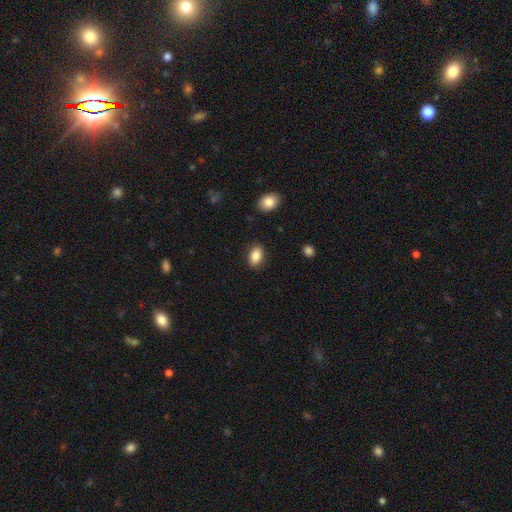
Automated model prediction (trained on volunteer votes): Smooth or featured? smooth (86%)
How rounded? in between (88%)
Merging? none (86%)